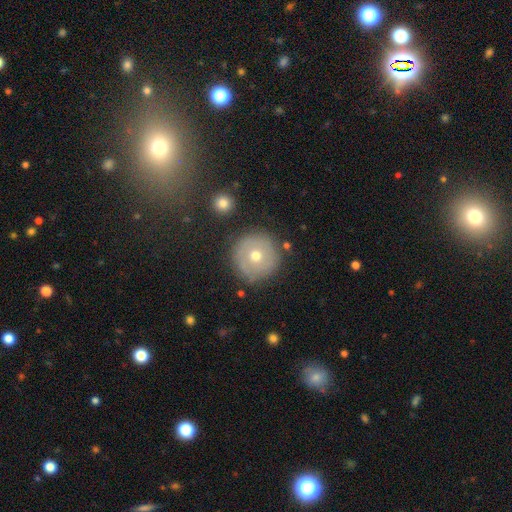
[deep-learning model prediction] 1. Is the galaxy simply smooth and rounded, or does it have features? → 49% smooth, 42% featured or disk, 9% star or artifact.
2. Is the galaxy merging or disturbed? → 83% none, 11% minor disturbance, 4% major disturbance, 2% merger.